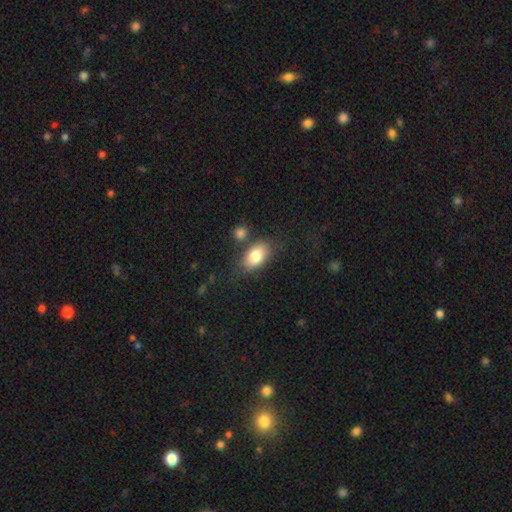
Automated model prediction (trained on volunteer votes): A smooth galaxy with no disk features (80%) that is in between round and cigar-shaped (88%). Merging: none (70%).